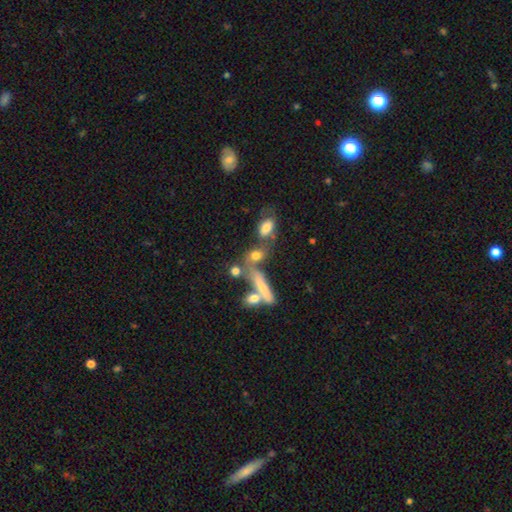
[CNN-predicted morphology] smooth 65%, featured or disk 22%, star or artifact 13%. Down the decision tree: how rounded — in between (48%); merging — none (38%, tied with merger).